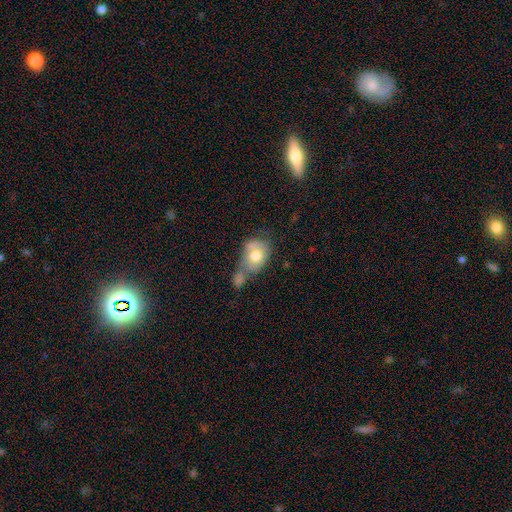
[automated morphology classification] A smooth galaxy with no disk features (66%) that is in between round and cigar-shaped (65%). Merging: merger (51%).